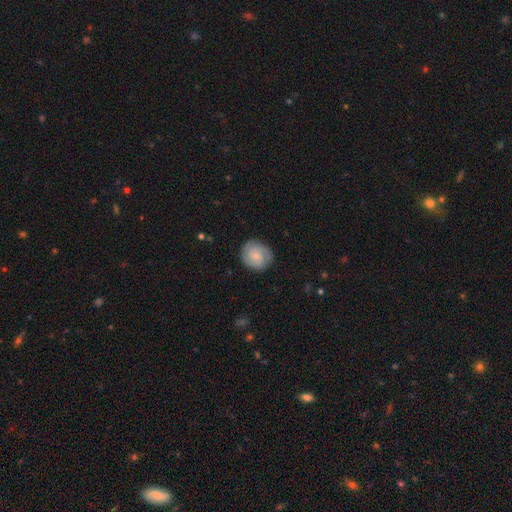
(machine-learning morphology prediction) This appears to be a featured or disk galaxy (61%) with no bar (69%), 2 (54%) tight (63%) spiral arms (93%) and a small central bulge (65%). Merging: none (83%).